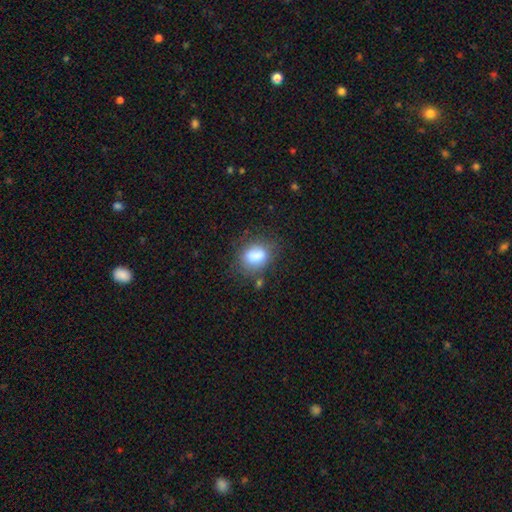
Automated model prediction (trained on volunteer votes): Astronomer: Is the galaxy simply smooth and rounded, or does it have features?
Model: smooth — 80%.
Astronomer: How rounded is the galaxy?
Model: in between — 60% (runner-up: round, 38%).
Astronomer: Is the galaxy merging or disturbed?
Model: none — 64%.